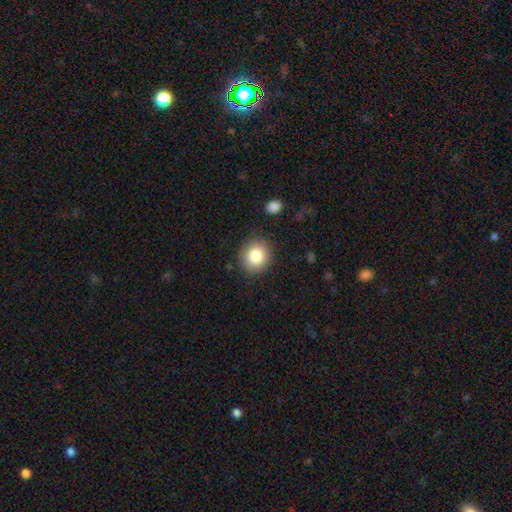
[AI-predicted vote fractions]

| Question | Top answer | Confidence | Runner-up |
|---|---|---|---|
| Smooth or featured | smooth | 83% | star or artifact (10%) |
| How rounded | round | 84% | in between (15%) |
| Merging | none | 87% | minor disturbance (9%) |